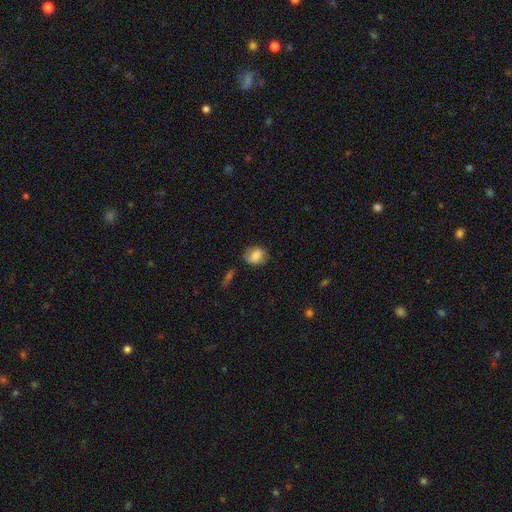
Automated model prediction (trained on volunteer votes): Smooth or featured?
  - smooth: 80% *
  - featured or disk: 11%
  - star or artifact: 9%
How rounded?
  - in between: 51% *
  - round: 48%
  - cigar-shaped: 2%
Merging?
  - none: 69% *
  - minor disturbance: 23%
  - major disturbance: 6%
  - merger: 3%